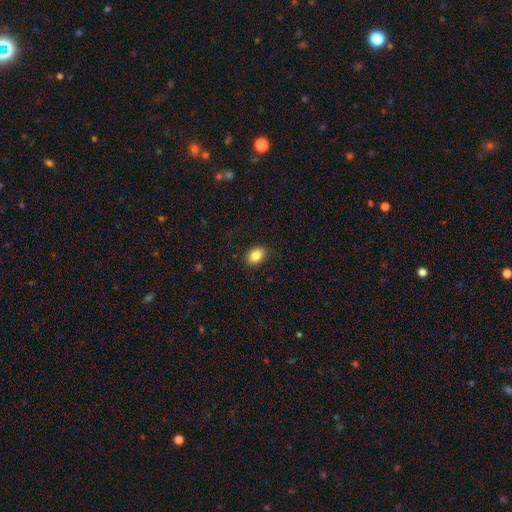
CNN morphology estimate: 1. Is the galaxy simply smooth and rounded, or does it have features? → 85% smooth, 9% star or artifact, 6% featured or disk.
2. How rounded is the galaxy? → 76% in between, 23% round, 1% cigar-shaped.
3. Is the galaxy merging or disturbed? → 87% none, 10% minor disturbance, 2% major disturbance, 1% merger.